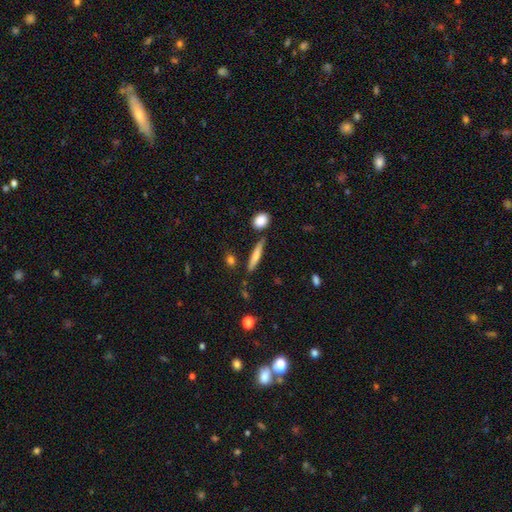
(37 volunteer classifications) This is likely a smooth galaxy (62%). How rounded: clearly cigar-shaped (91%). Merging: likely none (64%).